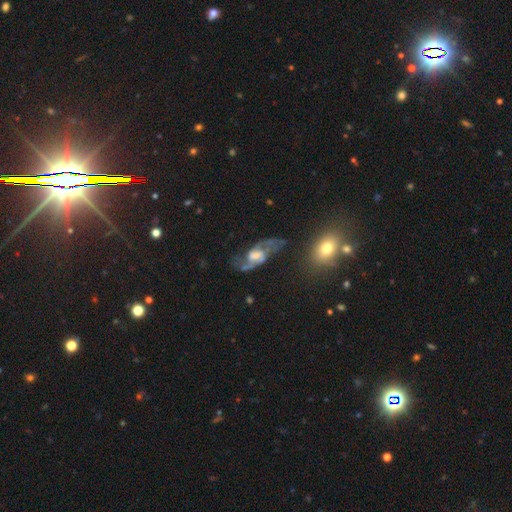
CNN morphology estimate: A featured or disk galaxy (83%) with a weak bar (52%), 2 (90%) loose (48%) spiral arms (93%) and a moderate central bulge (43%).

Vote fractions:
- Smooth or featured? featured or disk: 83% / smooth: 10% / star or artifact: 7%
- Edge-on disk? no: 95% / yes: 5%
- Bar? weak: 52% / no: 29% / strong: 20%
- Spiral arms? yes: 93% / no: 7%
- Spiral winding? loose: 48% / medium: 42% / tight: 10%
- Spiral arm count? 2: 90% / can't tell: 4% / 1: 2% / 3: 1% / 4: 1% / more than 4: 1%
- Bulge size? moderate: 43% / small: 30% / large: 15% / none: 10% / dominant: 2%
- Merging? none: 56% / minor disturbance: 19% / major disturbance: 18% / merger: 6%